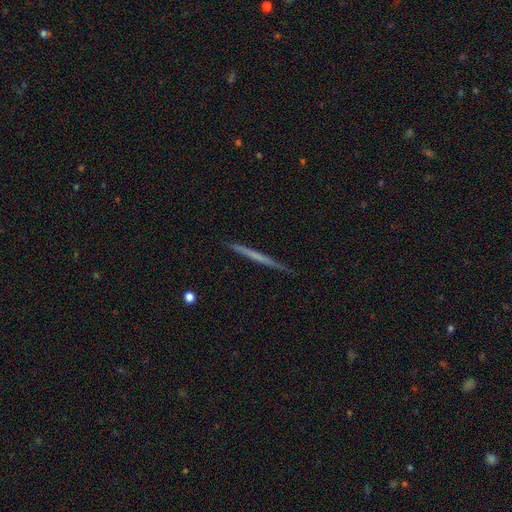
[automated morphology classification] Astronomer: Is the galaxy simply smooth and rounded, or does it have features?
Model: featured or disk — 52% (runner-up: smooth, 43%).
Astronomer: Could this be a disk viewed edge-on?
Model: yes — 97%.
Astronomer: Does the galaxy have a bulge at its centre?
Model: none — 90%.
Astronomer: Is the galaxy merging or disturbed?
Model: none — 90%.